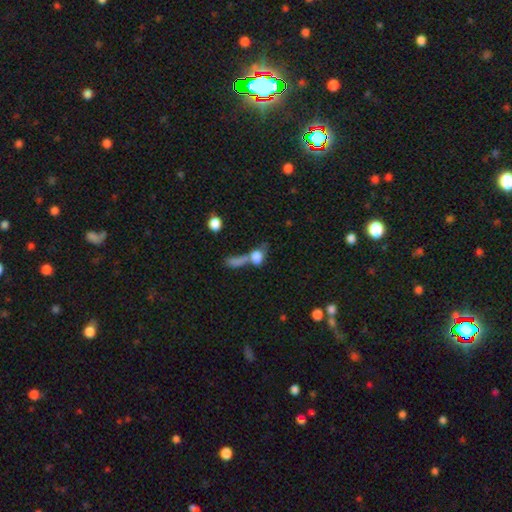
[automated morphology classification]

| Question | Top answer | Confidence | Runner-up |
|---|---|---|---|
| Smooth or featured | smooth | 71% | featured or disk (18%) |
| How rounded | in between | 62% | round (27%) |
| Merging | merger | 58% | none (19%) |